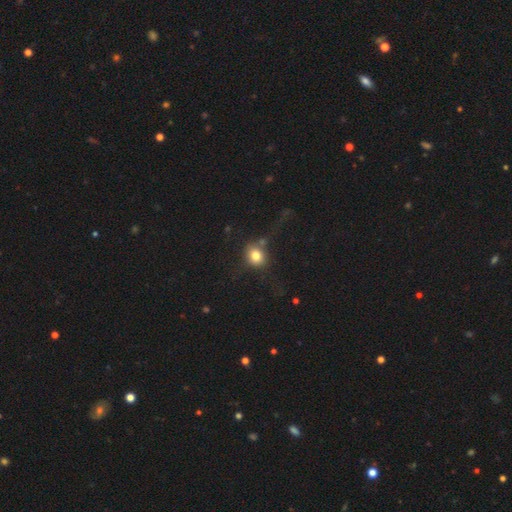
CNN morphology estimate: smooth_or_featured: smooth (p=0.79) [alt: star or artifact p=0.11]
how_rounded: round (p=0.66) [alt: in between p=0.33]
merging: none (p=0.63) [alt: minor disturbance p=0.17]